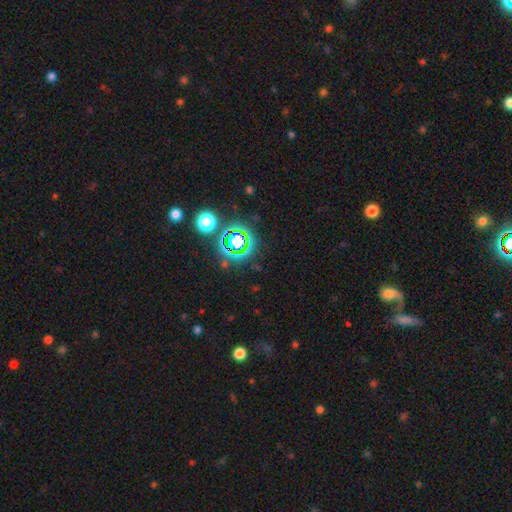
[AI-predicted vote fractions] Smooth or featured? star or artifact (68%)